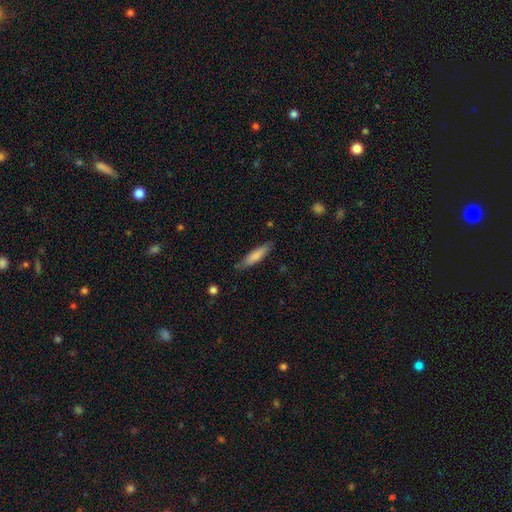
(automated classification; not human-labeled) smooth 78%, featured or disk 17%, star or artifact 6%. Down the decision tree: how rounded — cigar-shaped (77%); merging — none (81%).